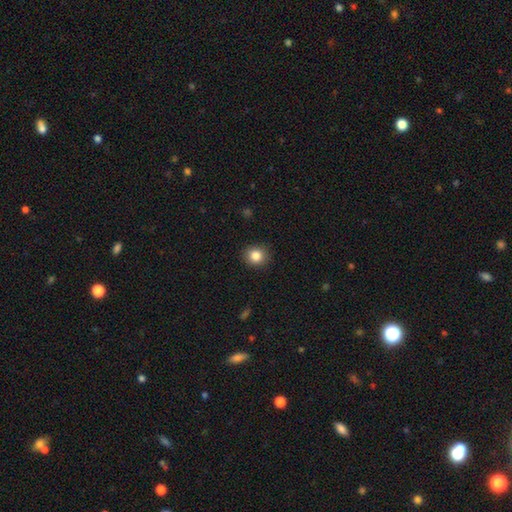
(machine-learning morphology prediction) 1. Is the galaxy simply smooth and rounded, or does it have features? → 85% smooth, 10% star or artifact, 5% featured or disk.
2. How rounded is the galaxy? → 81% round, 18% in between, 1% cigar-shaped.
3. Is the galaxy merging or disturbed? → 90% none, 7% minor disturbance, 2% major disturbance, 1% merger.